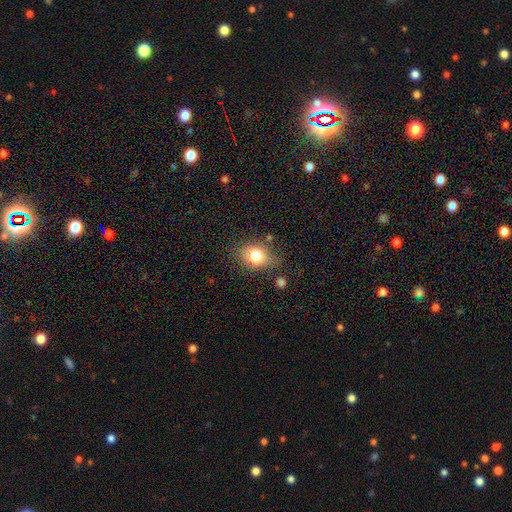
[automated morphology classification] type=smooth (75%); roundness=in between (57%); merging=none (69%).